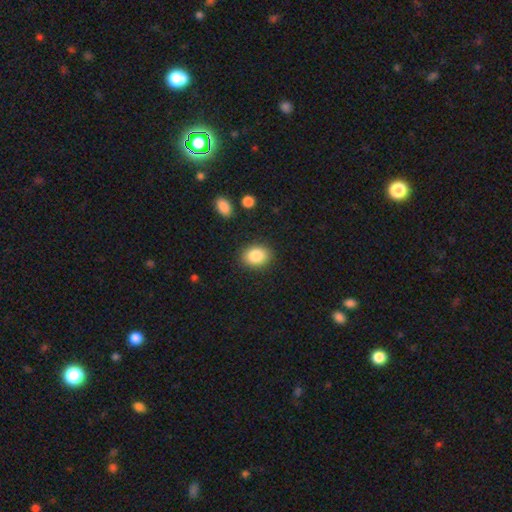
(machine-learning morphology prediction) This appears to be a smooth galaxy with no disk features (86%) that is in between round and cigar-shaped (62%). Merging: none (87%).